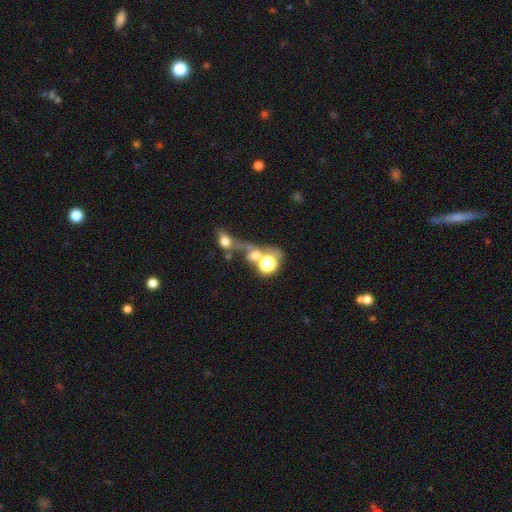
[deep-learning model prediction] smooth_or_featured: smooth (p=0.50) [alt: star or artifact p=0.28]
how_rounded: round (p=0.62) [alt: in between p=0.33]
merging: merger (p=0.55) [alt: none p=0.23]